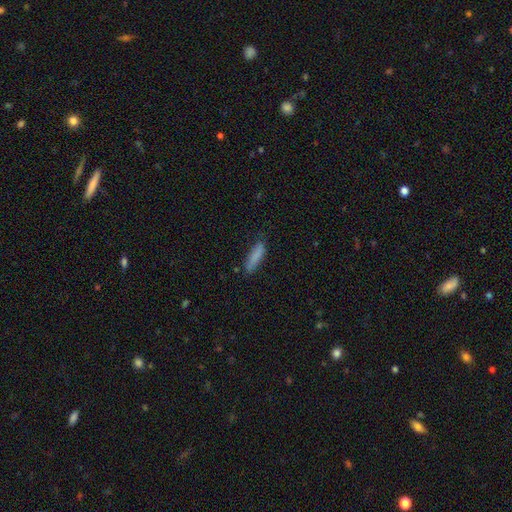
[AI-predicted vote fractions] The model was most divided on "how rounded": cigar-shaped: 73%, in between: 26%, round: 1%. More confident: smooth or featured — smooth (85%); merging — none (77%).